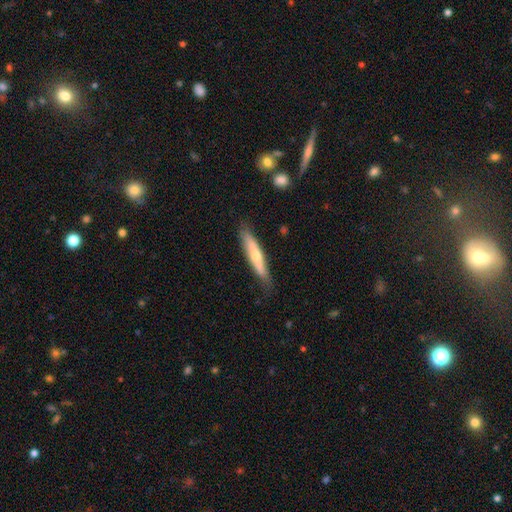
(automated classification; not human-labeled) A smooth galaxy with no disk features (54%) that is cigar-shaped (88%).

Vote fractions:
- Smooth or featured? smooth: 54% / featured or disk: 41% / star or artifact: 5%
- How rounded? cigar-shaped: 88% / in between: 11% / round: 1%
- Merging? none: 80% / minor disturbance: 15% / major disturbance: 3% / merger: 1%